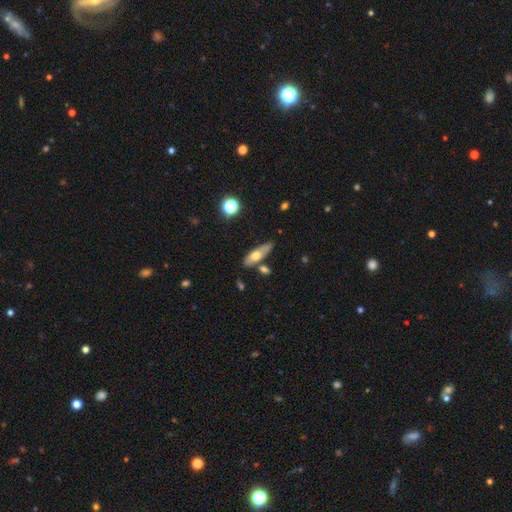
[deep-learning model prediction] smooth_or_featured: smooth (p=0.56) [alt: featured or disk p=0.36]
how_rounded: in between (p=0.54) [alt: cigar-shaped p=0.43]
merging: none (p=0.67) [alt: minor disturbance p=0.17]